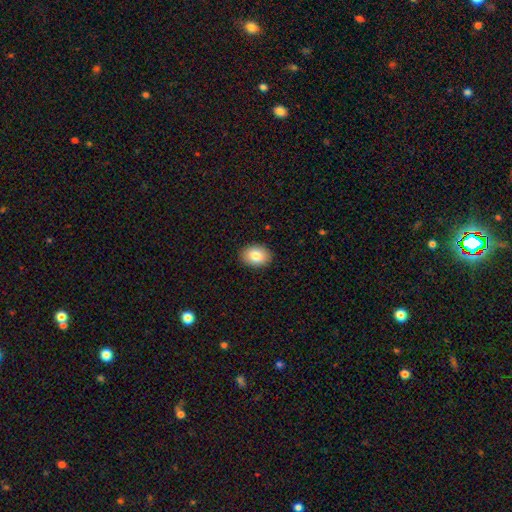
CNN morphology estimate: Q: Smooth or featured?
A: smooth (84%); runner-up: featured or disk (9%)
Q: How rounded?
A: in between (74%); runner-up: round (25%)
Q: Merging?
A: none (90%); runner-up: minor disturbance (8%)